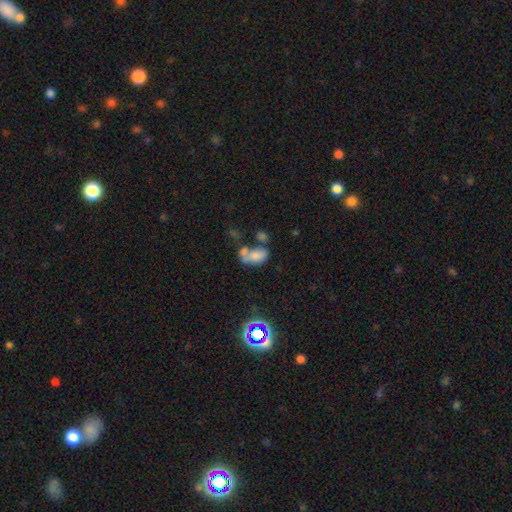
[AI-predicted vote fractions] The model was most divided on "merging": merger: 53%, none: 21%, major disturbance: 13%, minor disturbance: 12%. More confident: how rounded — in between (86%); smooth or featured — smooth (66%).